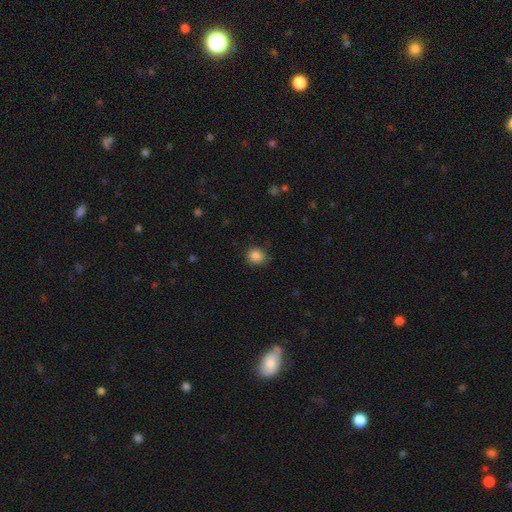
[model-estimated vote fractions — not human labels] The model was most divided on "how rounded": round: 76%, in between: 23%, cigar-shaped: 1%. More confident: smooth or featured — smooth (86%); merging — none (77%).